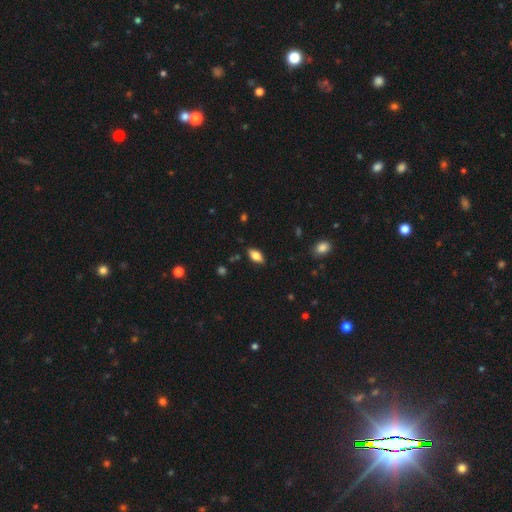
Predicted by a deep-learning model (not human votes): smooth_or_featured: smooth (p=0.77) [alt: featured or disk p=0.15]
how_rounded: in between (p=0.89) [alt: cigar-shaped p=0.07]
merging: none (p=0.84) [alt: minor disturbance p=0.12]